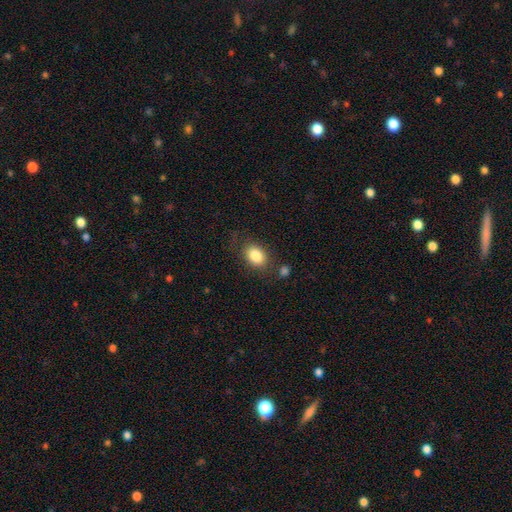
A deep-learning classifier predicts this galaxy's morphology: type=smooth (84%); roundness=in between (72%); merging=none (74%).